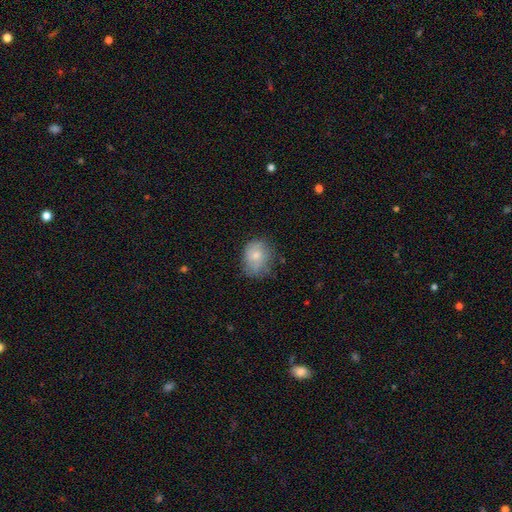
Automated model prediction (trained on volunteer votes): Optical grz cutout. It shows a smooth galaxy with no disk features (73%) that is in between round and cigar-shaped (55%). Merging: none (59%).